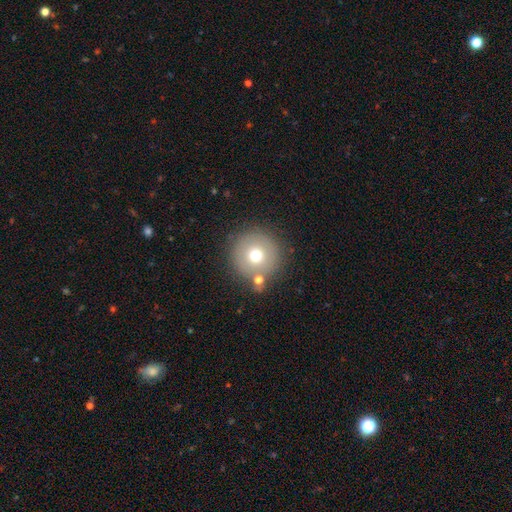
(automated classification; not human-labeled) Q: Smooth or featured?
A: smooth (67%); runner-up: featured or disk (20%)
Q: How rounded?
A: round (96%); runner-up: in between (3%)
Q: Merging?
A: none (80%); runner-up: minor disturbance (8%)